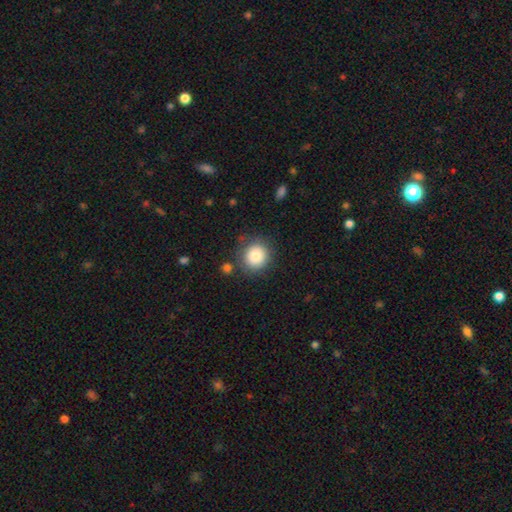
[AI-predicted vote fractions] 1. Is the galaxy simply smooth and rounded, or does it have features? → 82% smooth, 9% star or artifact, 9% featured or disk.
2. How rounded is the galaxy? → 89% round, 10% in between, 1% cigar-shaped.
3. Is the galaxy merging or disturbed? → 82% none, 11% minor disturbance, 4% major disturbance, 3% merger.